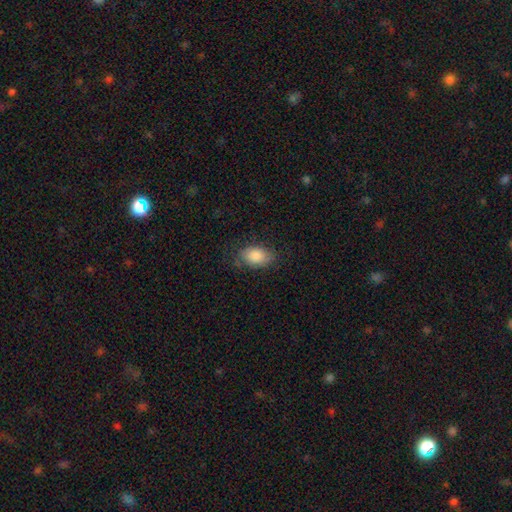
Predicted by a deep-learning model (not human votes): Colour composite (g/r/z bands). It shows a smooth galaxy with no disk features (84%) that is in between round and cigar-shaped (89%). Merging: none (73%).